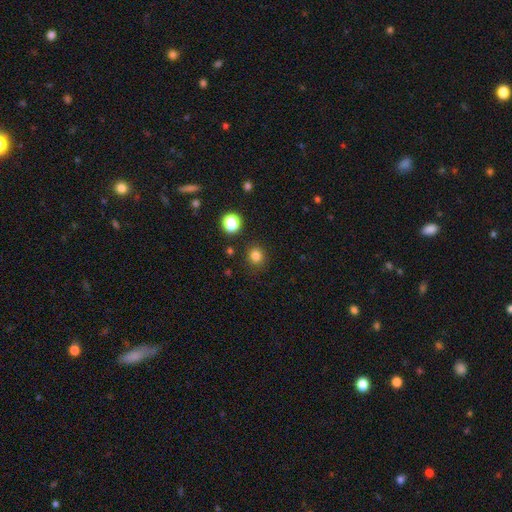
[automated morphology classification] smooth 81%, star or artifact 14%, featured or disk 4%. Down the decision tree: how rounded — round (85%); merging — none (87%).